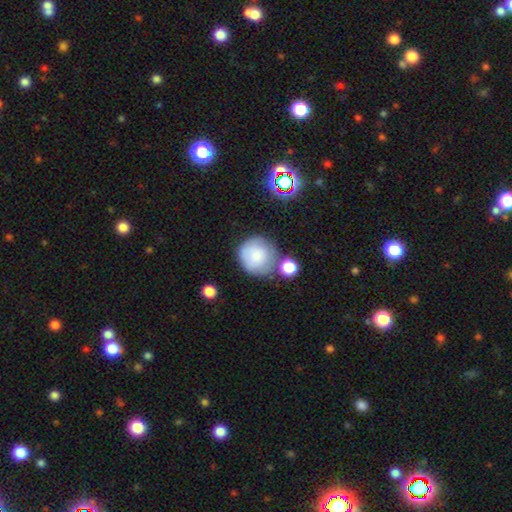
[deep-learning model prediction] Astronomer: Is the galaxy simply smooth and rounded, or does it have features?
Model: smooth — 77%.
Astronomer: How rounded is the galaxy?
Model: round — 92%.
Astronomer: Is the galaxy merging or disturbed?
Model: none — 55%.